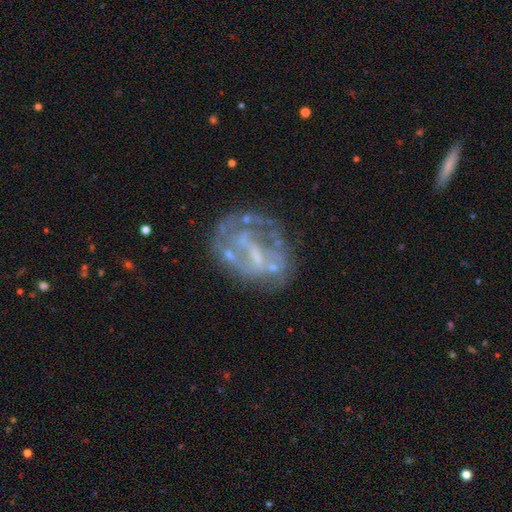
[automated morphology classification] type=featured or disk (73%); edge-on=no (97%); bar=no (45%); spiral arms=no (66%); bulge=none (50%); merging=none (49%).